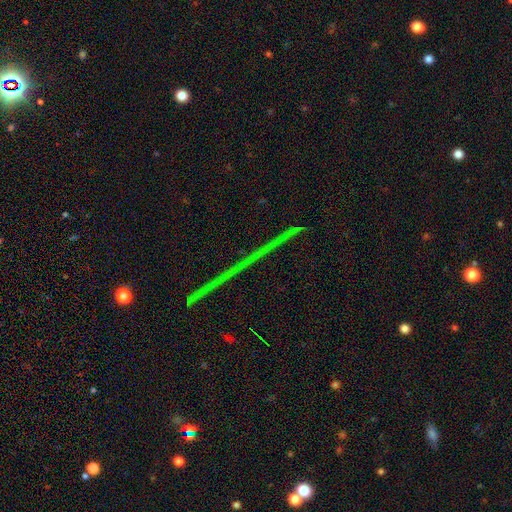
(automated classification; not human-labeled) Smooth or featured? star or artifact (60%)